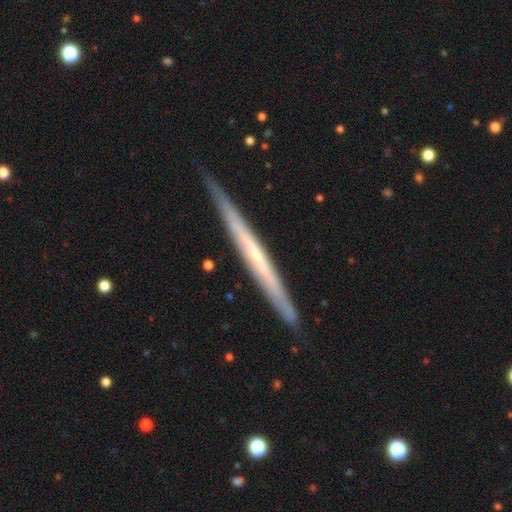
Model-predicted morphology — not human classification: This is likely a featured or disk galaxy (66%). It is clearly viewed edge-on (96%). Edge-on bulge: likely none (77%). Merging: clearly none (88%).